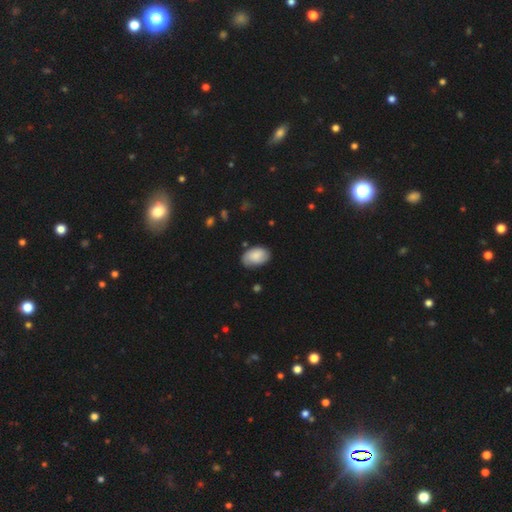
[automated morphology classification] The model was most divided on "merging": none: 75%, minor disturbance: 20%, major disturbance: 4%, merger: 2%. More confident: how rounded — in between (90%); smooth or featured — smooth (78%).